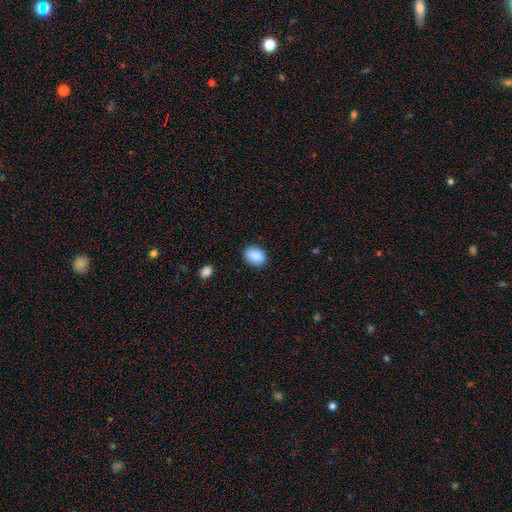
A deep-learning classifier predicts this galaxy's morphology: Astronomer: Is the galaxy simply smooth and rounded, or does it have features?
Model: smooth — 88%.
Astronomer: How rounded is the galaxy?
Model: in between — 70%.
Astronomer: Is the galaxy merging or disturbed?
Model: none — 84%.